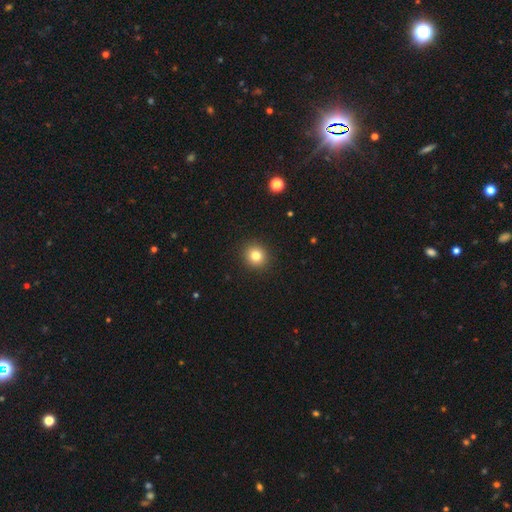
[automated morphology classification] A smooth galaxy with no disk features (81%) that is round (87%). Merging: none (92%).